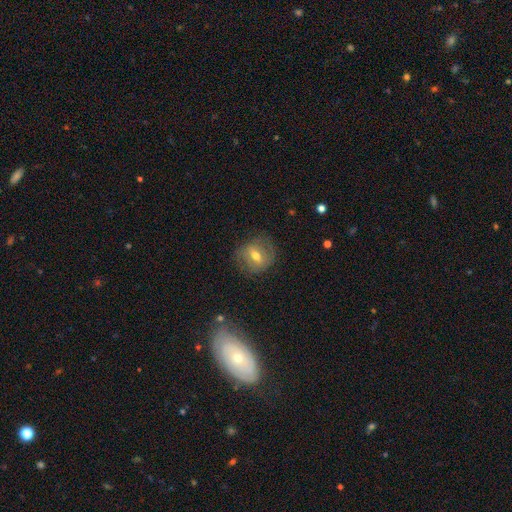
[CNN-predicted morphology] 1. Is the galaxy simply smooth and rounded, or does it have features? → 47% featured or disk, 43% smooth, 10% star or artifact.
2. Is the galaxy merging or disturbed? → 72% none, 18% minor disturbance, 9% major disturbance, 1% merger.